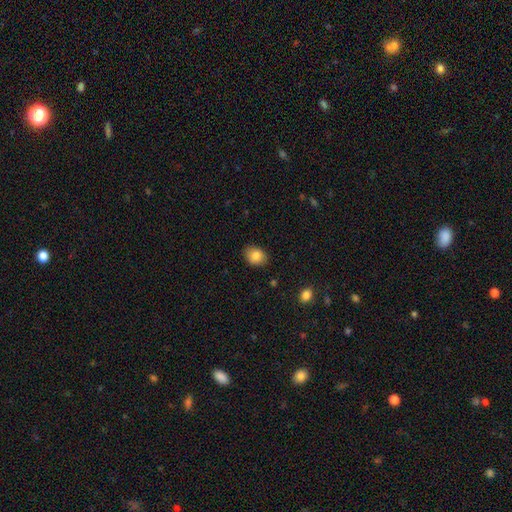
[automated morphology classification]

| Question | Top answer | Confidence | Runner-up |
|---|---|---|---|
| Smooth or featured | smooth | 84% | star or artifact (9%) |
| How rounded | in between | 53% | round (47%) |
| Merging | none | 84% | minor disturbance (13%) |